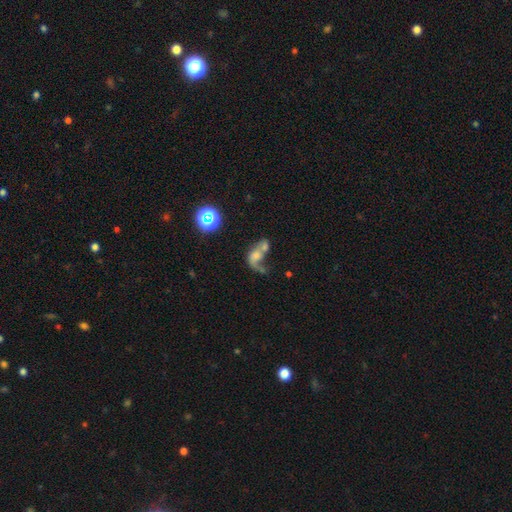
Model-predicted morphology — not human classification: smooth-or-featured: featured or disk: 50% | smooth: 34% | star or artifact: 16%
  merging: merger: 52% | major disturbance: 25% | none: 15% | minor disturbance: 9%